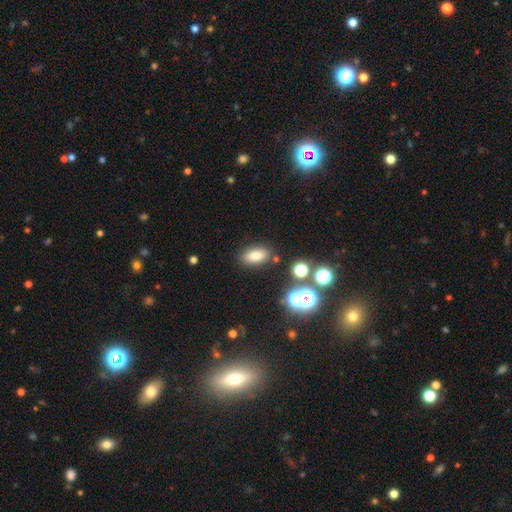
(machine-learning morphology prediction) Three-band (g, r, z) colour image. It shows a smooth galaxy with no disk features (79%) that is in between round and cigar-shaped (86%). Merging: none (84%).